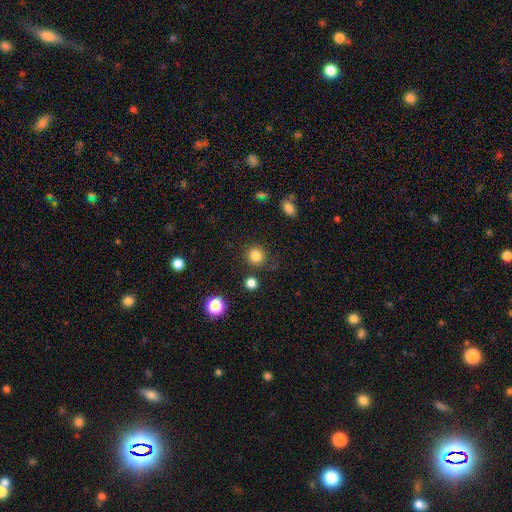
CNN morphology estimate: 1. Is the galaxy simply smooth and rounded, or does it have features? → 83% smooth, 12% star or artifact, 5% featured or disk.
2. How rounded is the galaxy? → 91% round, 8% in between, 1% cigar-shaped.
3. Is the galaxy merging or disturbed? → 84% none, 9% minor disturbance, 3% merger, 3% major disturbance.